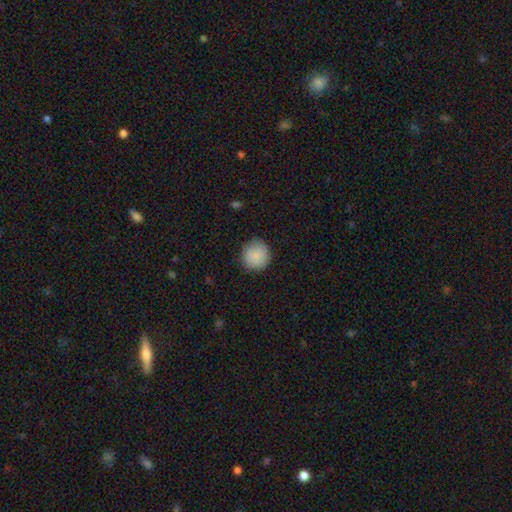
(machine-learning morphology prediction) Smooth or featured? smooth (87%)
How rounded? round (91%)
Merging? none (84%)